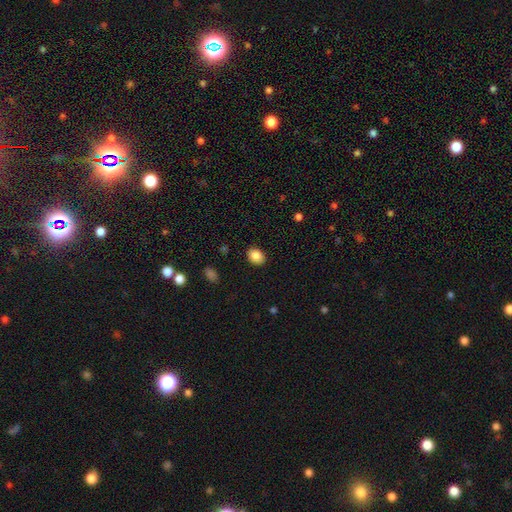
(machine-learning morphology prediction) The model was most divided on "how rounded": in between: 62%, round: 37%, cigar-shaped: 1%. More confident: merging — none (88%); smooth or featured — smooth (86%).